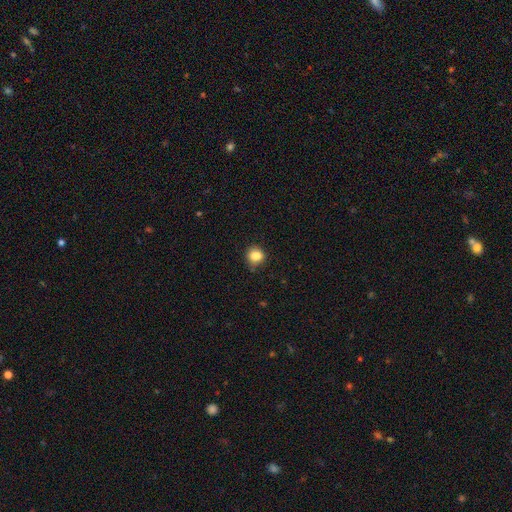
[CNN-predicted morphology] smooth_or_featured: smooth (p=0.85) [alt: star or artifact p=0.10]
how_rounded: round (p=0.78) [alt: in between p=0.21]
merging: none (p=0.80) [alt: minor disturbance p=0.16]